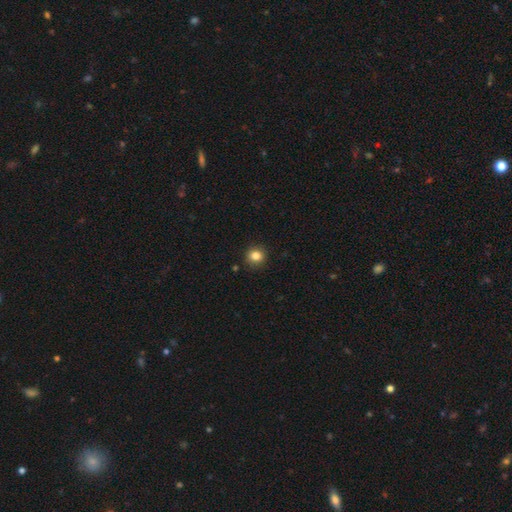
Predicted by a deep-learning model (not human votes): This is clearly a smooth galaxy (83%). How rounded: clearly round (88%). Merging: clearly none (90%).